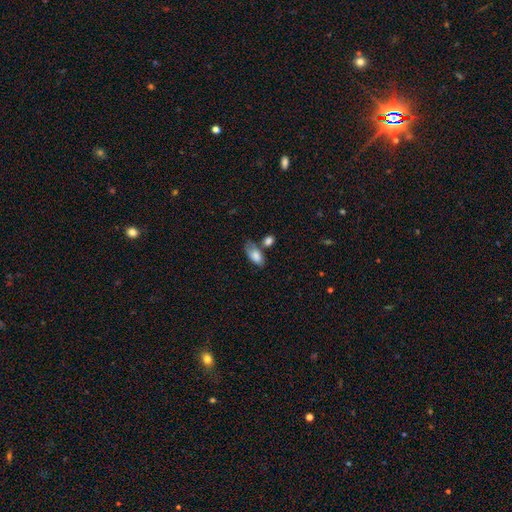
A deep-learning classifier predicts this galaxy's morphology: type=smooth (79%); roundness=in between (91%); merging=none (42%).